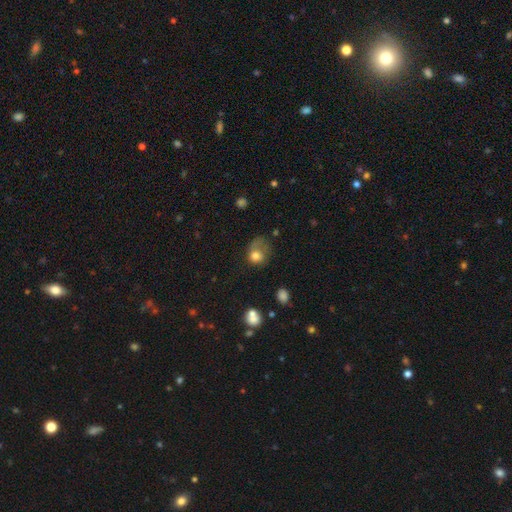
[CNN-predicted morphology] Smooth or featured? Predicted: smooth (p=0.73). How rounded? Predicted: round (p=0.58). Merging? Predicted: major disturbance (p=0.46).